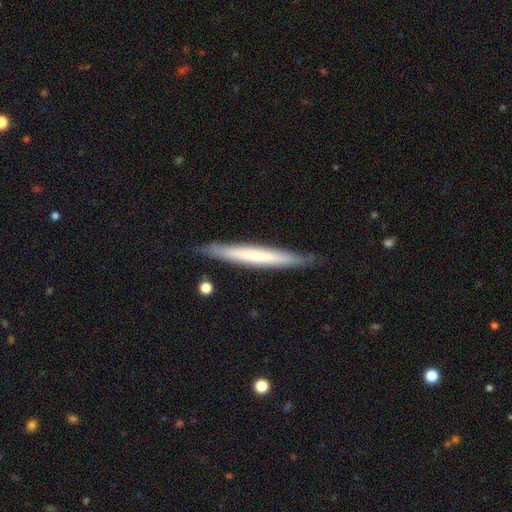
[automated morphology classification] Smooth or featured?
  - smooth: 54% *
  - featured or disk: 41%
  - star or artifact: 5%
How rounded?
  - cigar-shaped: 96% *
  - in between: 3%
  - round: 1%
Merging?
  - none: 87% *
  - minor disturbance: 10%
  - major disturbance: 2%
  - merger: 1%